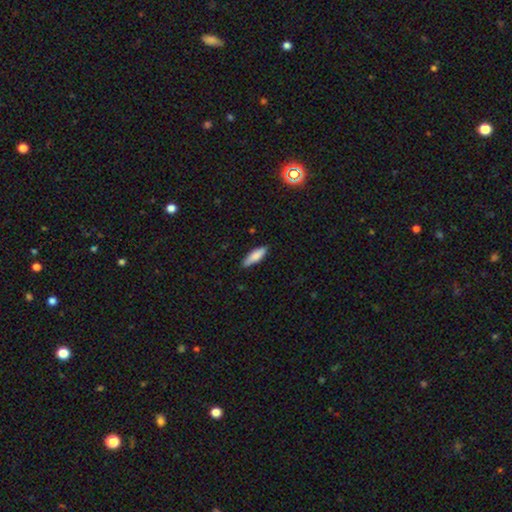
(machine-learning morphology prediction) type=smooth (81%); roundness=cigar-shaped (51%); merging=none (83%).